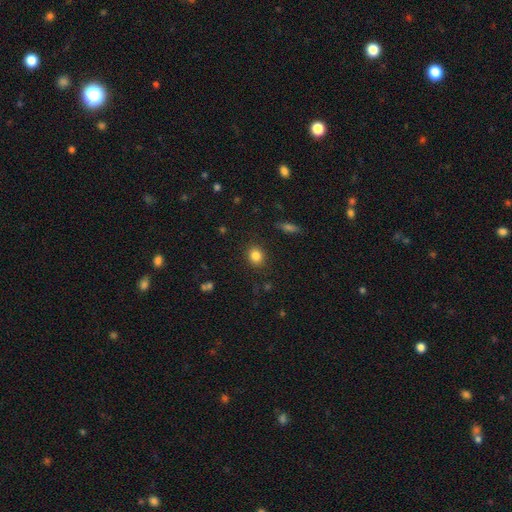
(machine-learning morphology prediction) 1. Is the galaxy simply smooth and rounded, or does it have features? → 84% smooth, 10% star or artifact, 6% featured or disk.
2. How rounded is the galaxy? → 67% round, 32% in between, 1% cigar-shaped.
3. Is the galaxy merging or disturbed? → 88% none, 8% minor disturbance, 3% major disturbance, 1% merger.